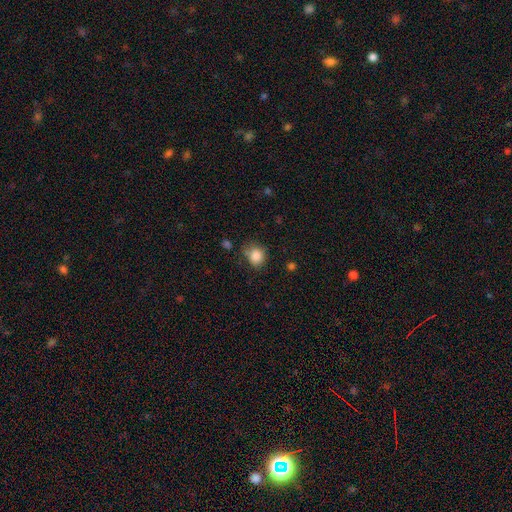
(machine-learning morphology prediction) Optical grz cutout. It shows a smooth galaxy with no disk features (86%) that is round (73%). Merging: none (66%).